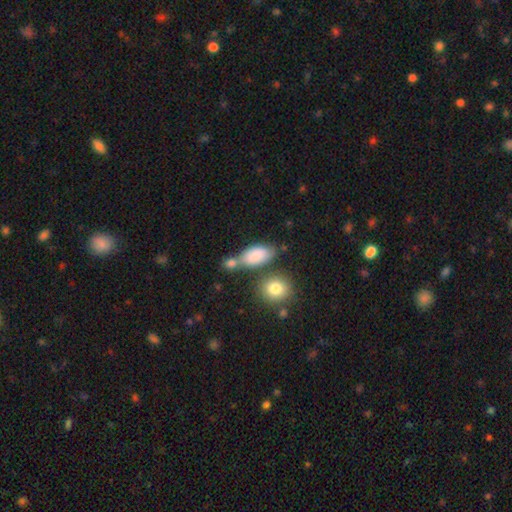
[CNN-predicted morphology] This appears to be a smooth galaxy with no disk features (83%) that is in between round and cigar-shaped (88%). Merging: none (51%).